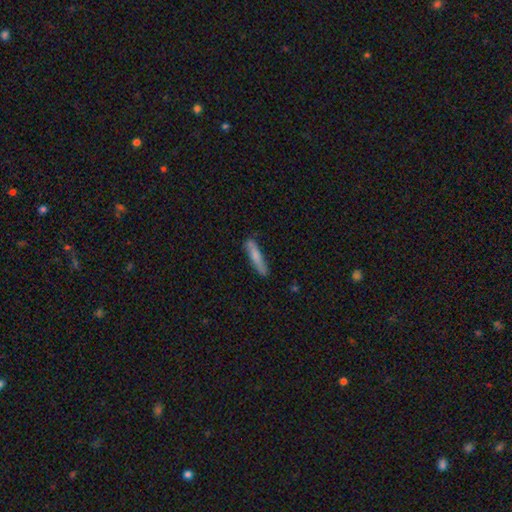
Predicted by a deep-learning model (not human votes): This appears to be a smooth galaxy with no disk features (71%) that is cigar-shaped (89%). Merging: none (80%).